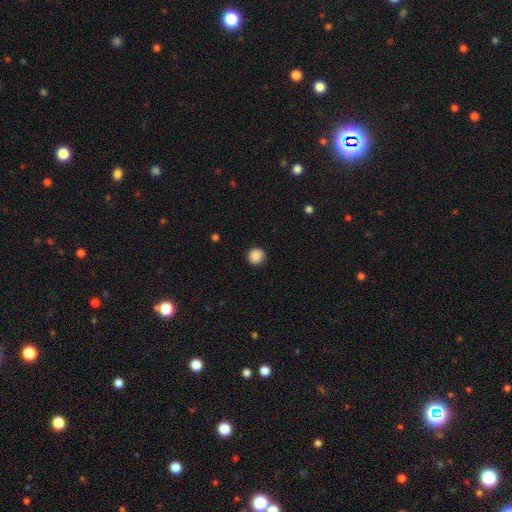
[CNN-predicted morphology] smooth-or-featured: smooth: 89% | star or artifact: 9% | featured or disk: 2%
  how-rounded: round: 91% | in between: 8% | cigar-shaped: 1%
  merging: none: 91% | minor disturbance: 6% | major disturbance: 2% | merger: 1%